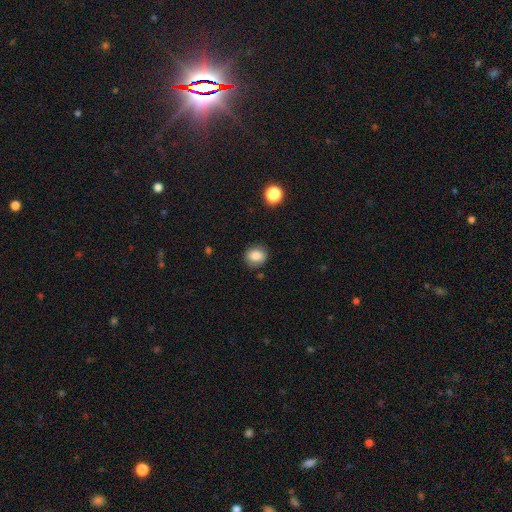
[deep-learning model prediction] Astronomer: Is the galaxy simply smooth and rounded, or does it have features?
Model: smooth — 83%.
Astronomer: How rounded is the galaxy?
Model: round — 71%.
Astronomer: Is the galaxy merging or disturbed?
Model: none — 84%.